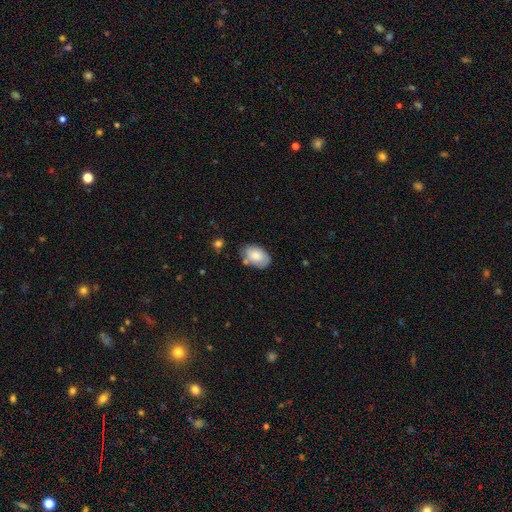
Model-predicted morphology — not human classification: Q: Smooth or featured?
A: smooth (77%); runner-up: featured or disk (16%)
Q: How rounded?
A: in between (90%); runner-up: round (9%)
Q: Merging?
A: none (63%); runner-up: minor disturbance (24%)